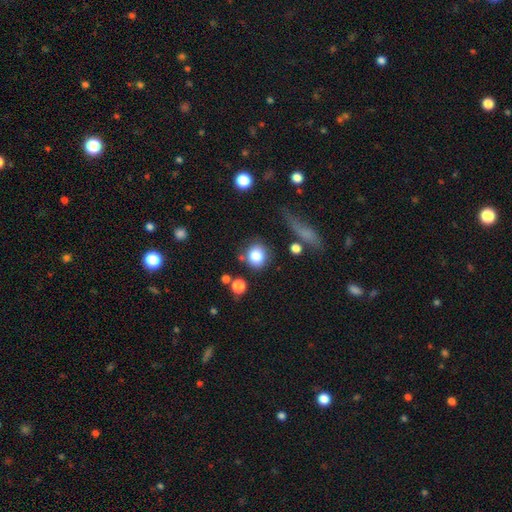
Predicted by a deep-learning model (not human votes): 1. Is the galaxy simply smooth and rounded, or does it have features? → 83% smooth, 10% star or artifact, 8% featured or disk.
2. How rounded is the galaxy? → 79% round, 20% in between, 2% cigar-shaped.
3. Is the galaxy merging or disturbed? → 74% none, 13% minor disturbance, 9% merger, 4% major disturbance.